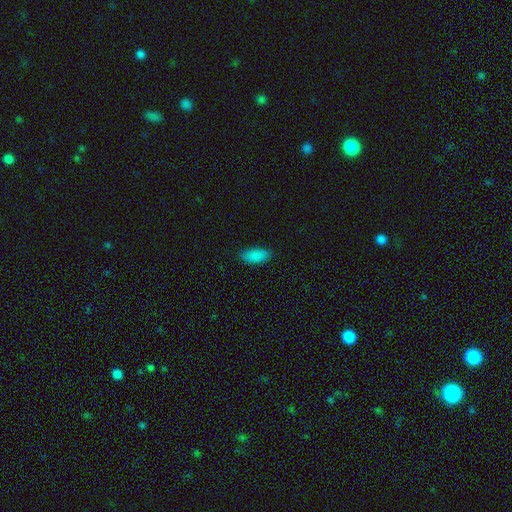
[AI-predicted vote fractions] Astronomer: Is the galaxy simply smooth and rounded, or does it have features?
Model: smooth — 88%.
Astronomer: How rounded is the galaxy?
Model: in between — 88%.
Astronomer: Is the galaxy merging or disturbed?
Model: none — 86%.